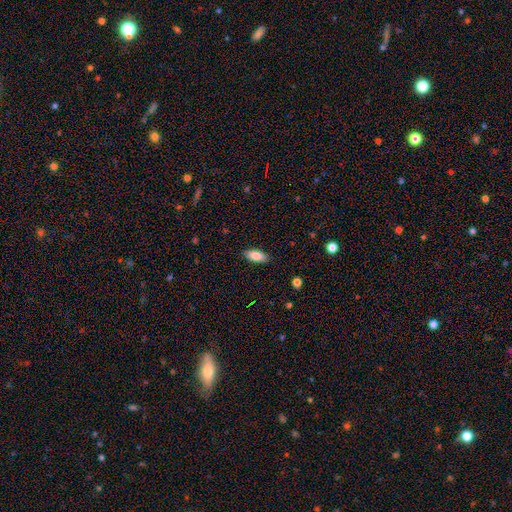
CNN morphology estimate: A smooth galaxy with no disk features (84%) that is in between round and cigar-shaped (86%). Merging: none (87%).